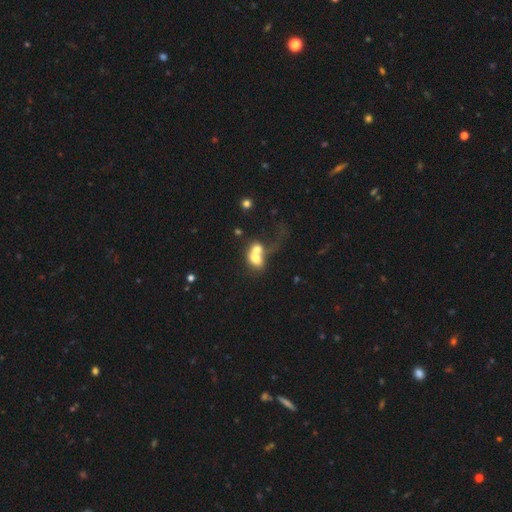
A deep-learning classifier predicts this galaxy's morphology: Q: Smooth or featured?
A: smooth (64%); runner-up: featured or disk (25%)
Q: How rounded?
A: in between (58%); runner-up: round (40%)
Q: Merging?
A: merger (73%); runner-up: none (12%)